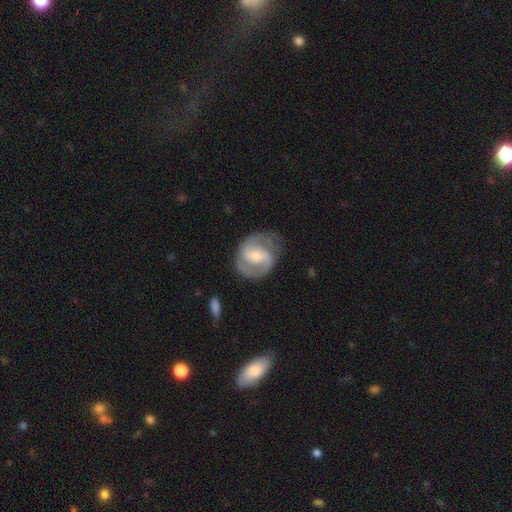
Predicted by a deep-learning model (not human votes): Smooth or featured? featured or disk (80%)
Edge-on disk? no (98%)
Bar? weak (49%)
Spiral arms? yes (92%)
Spiral winding? medium (51%)
Spiral arm count? 2 (83%)
Bulge size? small (48%)
Merging? none (67%)